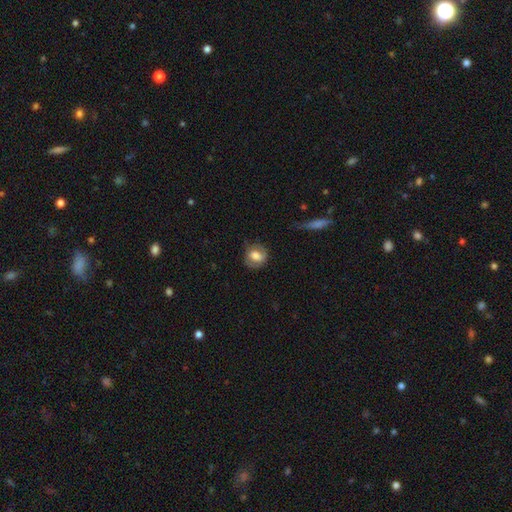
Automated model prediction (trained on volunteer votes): Smooth or featured? smooth (59%)
How rounded? round (67%)
Merging? none (70%)